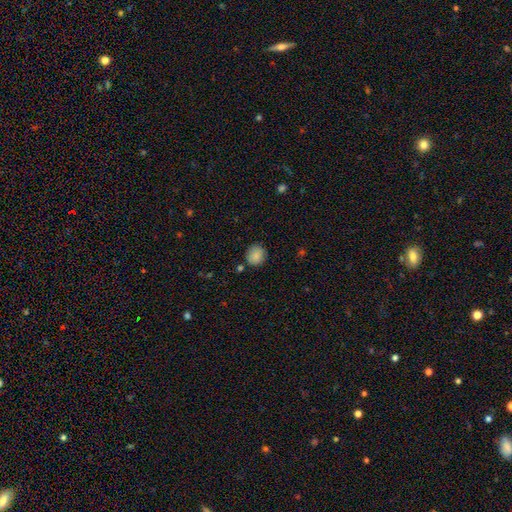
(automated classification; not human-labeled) smooth_or_featured: smooth (p=0.86) [alt: star or artifact p=0.09]
how_rounded: round (p=0.83) [alt: in between p=0.16]
merging: none (p=0.81) [alt: minor disturbance p=0.12]